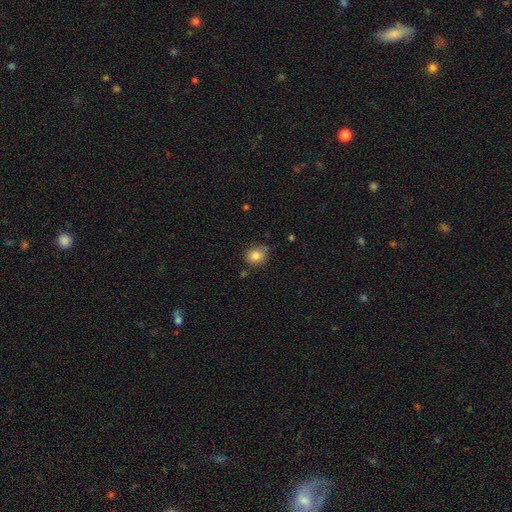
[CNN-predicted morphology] This is clearly a smooth galaxy (81%). How rounded: likely round (76%). Merging: likely none (75%).